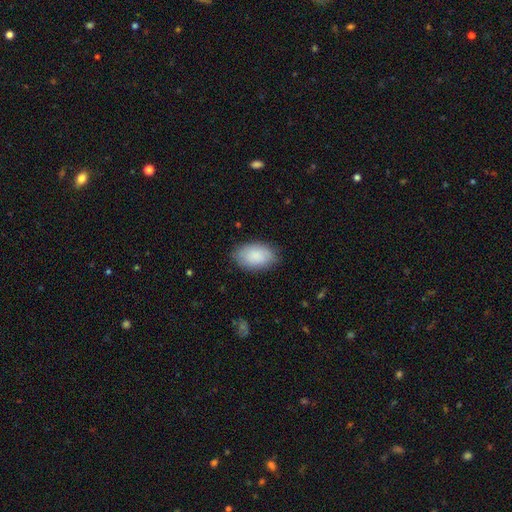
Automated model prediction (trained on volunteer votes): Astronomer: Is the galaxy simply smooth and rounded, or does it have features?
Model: smooth — 87%.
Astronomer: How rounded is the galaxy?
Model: in between — 92%.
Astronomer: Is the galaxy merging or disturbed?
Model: none — 82%.